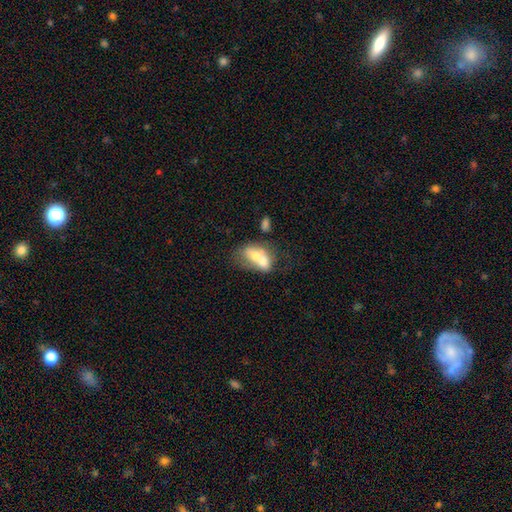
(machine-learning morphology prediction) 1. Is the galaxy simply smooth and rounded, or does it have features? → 58% smooth, 34% featured or disk, 8% star or artifact.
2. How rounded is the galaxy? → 76% in between, 21% round, 3% cigar-shaped.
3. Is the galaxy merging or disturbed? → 66% merger, 17% none, 9% minor disturbance, 7% major disturbance.